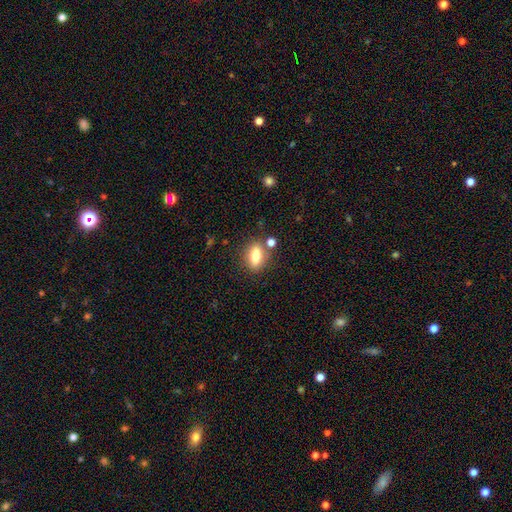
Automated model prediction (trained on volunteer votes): smooth-or-featured: smooth: 78% | featured or disk: 13% | star or artifact: 9%
  how-rounded: in between: 79% | round: 12% | cigar-shaped: 9%
  merging: none: 74% | minor disturbance: 12% | merger: 10% | major disturbance: 4%